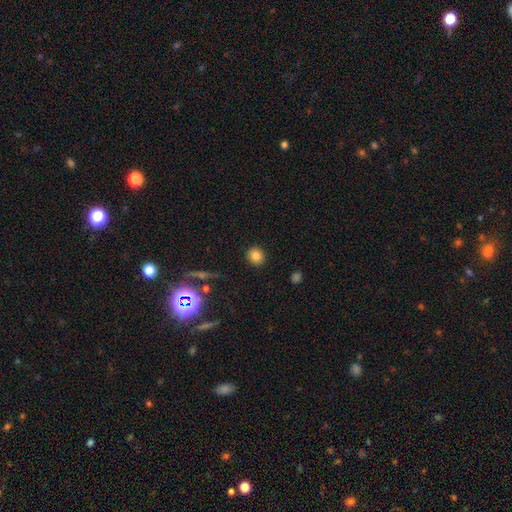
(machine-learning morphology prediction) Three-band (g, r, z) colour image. It shows a smooth galaxy with no disk features (81%) that is round (84%). Merging: none (91%).